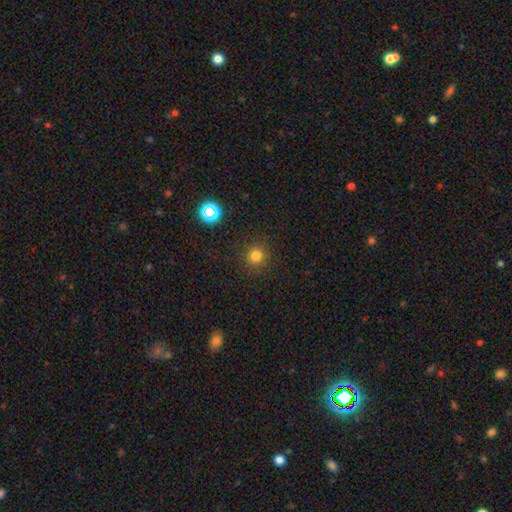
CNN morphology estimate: smooth-or-featured: smooth: 77% | star or artifact: 17% | featured or disk: 5%
  how-rounded: round: 93% | in between: 6% | cigar-shaped: 1%
  merging: none: 89% | minor disturbance: 7% | major disturbance: 3% | merger: 1%